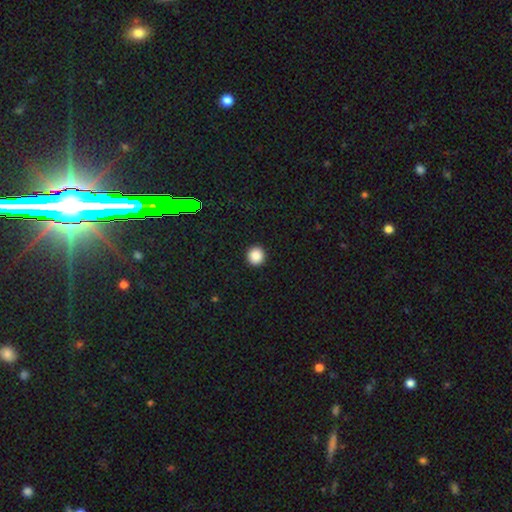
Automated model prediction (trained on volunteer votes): Morphology: type=smooth (88%); roundness=round (94%); merging=none (94%).